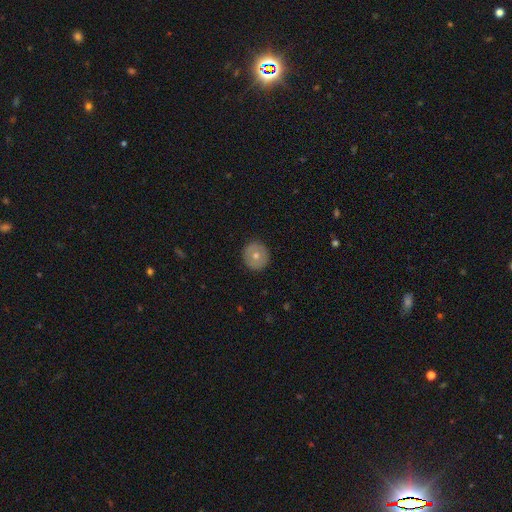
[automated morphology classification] Q: Smooth or featured?
A: smooth (64%); runner-up: featured or disk (29%)
Q: How rounded?
A: round (94%); runner-up: in between (5%)
Q: Merging?
A: none (91%); runner-up: minor disturbance (6%)